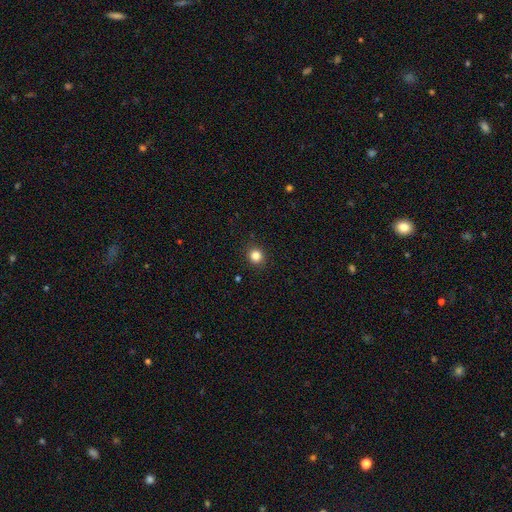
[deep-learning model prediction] Q: Smooth or featured?
A: smooth (83%); runner-up: star or artifact (12%)
Q: How rounded?
A: round (88%); runner-up: in between (11%)
Q: Merging?
A: none (92%); runner-up: minor disturbance (6%)